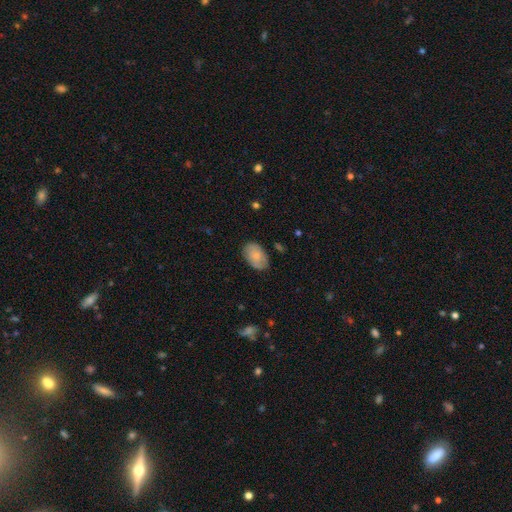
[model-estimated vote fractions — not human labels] Overall: smooth (76%). How rounded: in between (89%). Merging: none (80%).